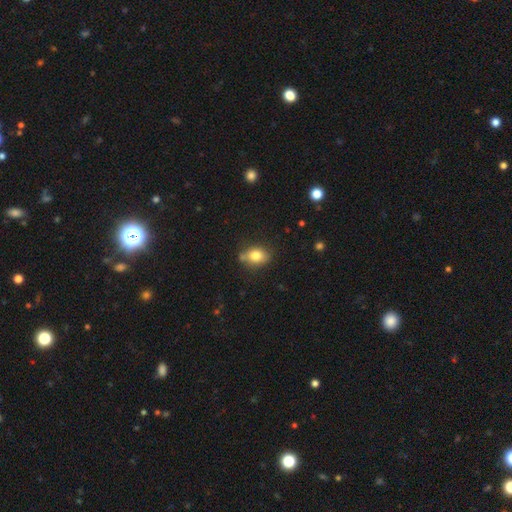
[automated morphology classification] Smooth or featured?
  - smooth: 79% *
  - featured or disk: 12%
  - star or artifact: 9%
How rounded?
  - in between: 67% *
  - round: 31%
  - cigar-shaped: 2%
Merging?
  - none: 71% *
  - minor disturbance: 19%
  - merger: 6%
  - major disturbance: 4%